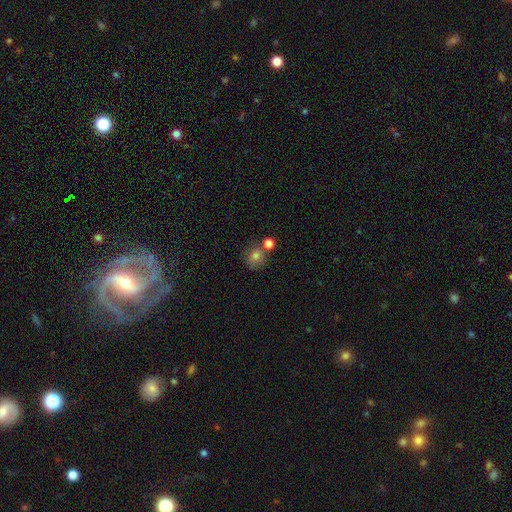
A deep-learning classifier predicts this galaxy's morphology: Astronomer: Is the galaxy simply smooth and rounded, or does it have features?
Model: smooth — 77%.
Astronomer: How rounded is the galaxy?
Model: round — 78%.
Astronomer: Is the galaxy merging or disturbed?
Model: none — 57%.